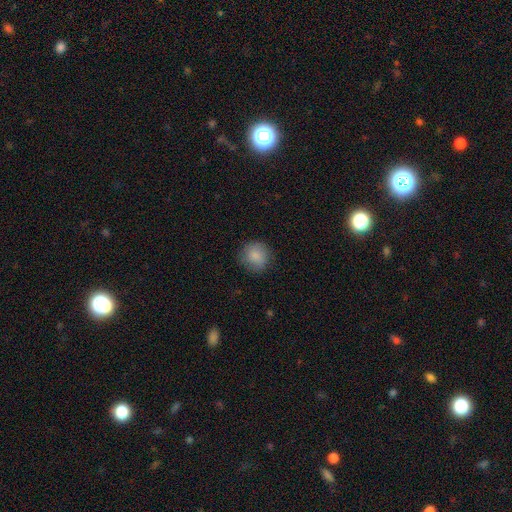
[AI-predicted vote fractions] A smooth galaxy with no disk features (86%) that is round (91%). Merging: none (84%).